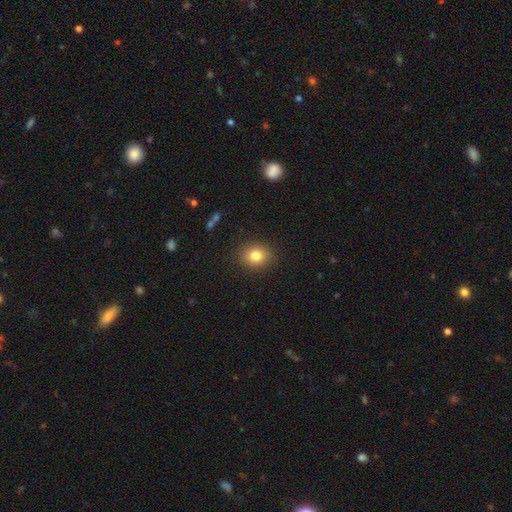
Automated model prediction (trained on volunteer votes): smooth 80%, star or artifact 11%, featured or disk 9%. Down the decision tree: how rounded — round (65%); merging — none (88%).